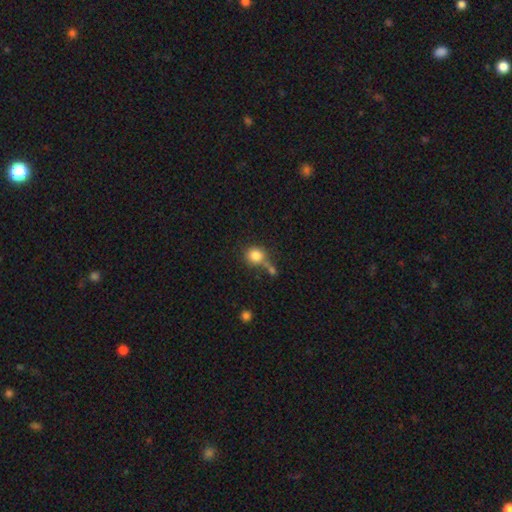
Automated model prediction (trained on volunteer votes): A smooth galaxy with no disk features (82%) that is round (86%).

Vote fractions:
- Smooth or featured? smooth: 82% / star or artifact: 10% / featured or disk: 8%
- How rounded? round: 86% / in between: 13% / cigar-shaped: 1%
- Merging? none: 53% / merger: 26% / minor disturbance: 14% / major disturbance: 7%